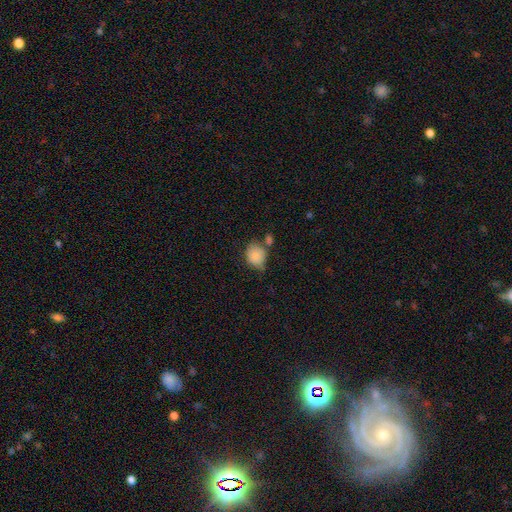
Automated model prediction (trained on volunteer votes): Smooth or featured? Predicted: smooth (p=0.83). How rounded? Predicted: round (p=0.68). Merging? Predicted: none (p=0.50).